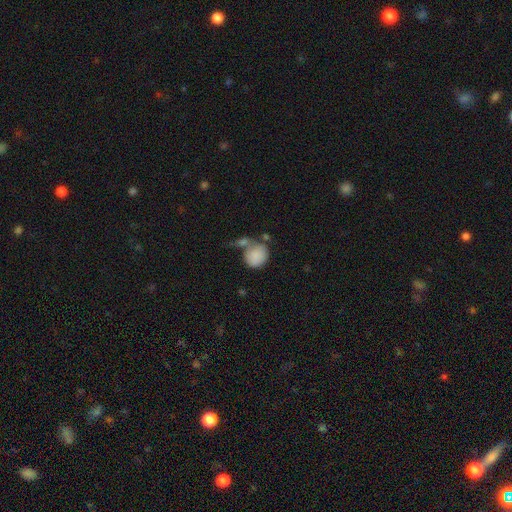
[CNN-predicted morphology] Q: Smooth or featured?
A: smooth (82%); runner-up: featured or disk (11%)
Q: How rounded?
A: round (74%); runner-up: in between (25%)
Q: Merging?
A: none (36%); runner-up: merger (30%)